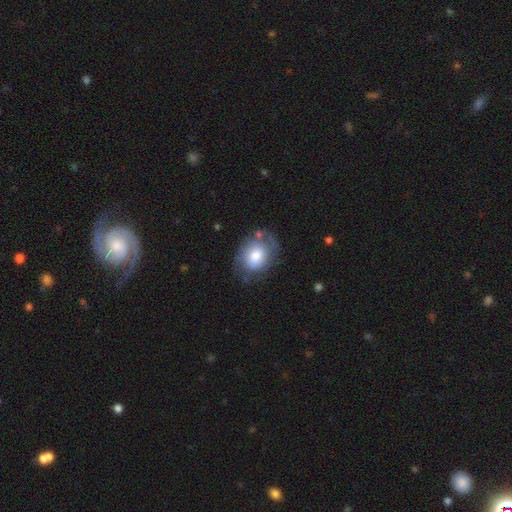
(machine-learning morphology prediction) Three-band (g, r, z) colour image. It shows a smooth galaxy with no disk features (59%) that is in between round and cigar-shaped (51%). Merging: none (58%).